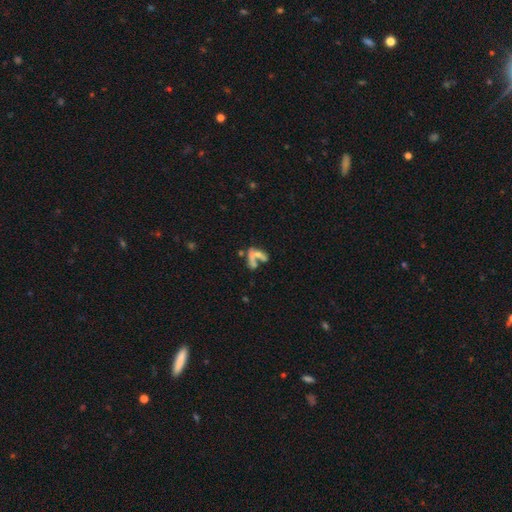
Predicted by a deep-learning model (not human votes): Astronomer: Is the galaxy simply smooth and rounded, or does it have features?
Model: smooth — 46% (runner-up: featured or disk, 38%).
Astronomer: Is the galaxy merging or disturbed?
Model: merger — 55%.